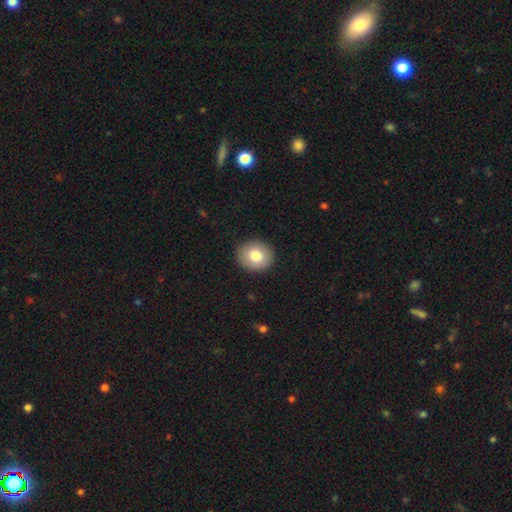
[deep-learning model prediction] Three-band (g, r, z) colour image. It shows a smooth galaxy with no disk features (80%) that is round (71%). Merging: none (89%).